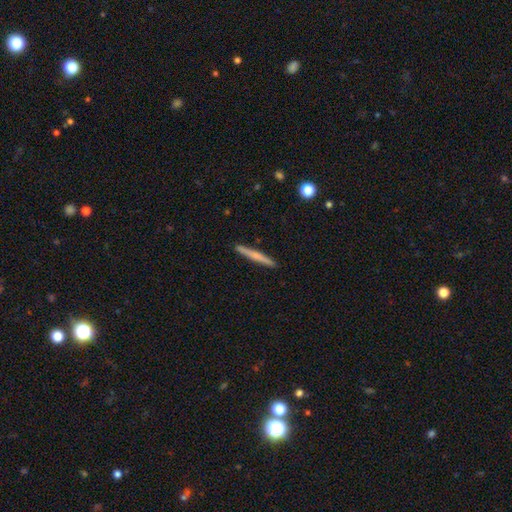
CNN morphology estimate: The model was most divided on "smooth or featured": smooth: 56%, featured or disk: 38%, star or artifact: 6%. More confident: how rounded — cigar-shaped (96%); merging — none (91%).